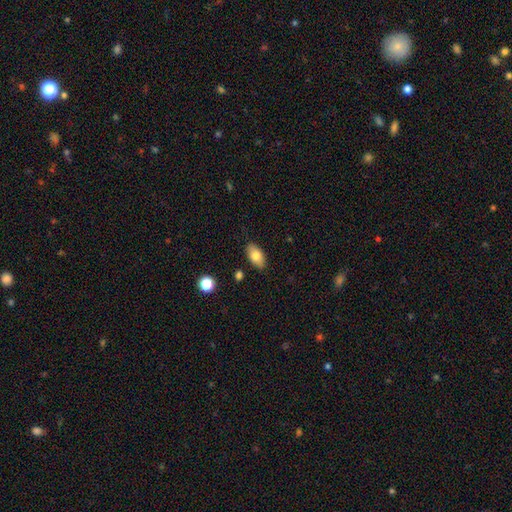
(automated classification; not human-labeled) This is clearly a smooth galaxy (81%). How rounded: clearly in between (92%). Merging: clearly none (86%).